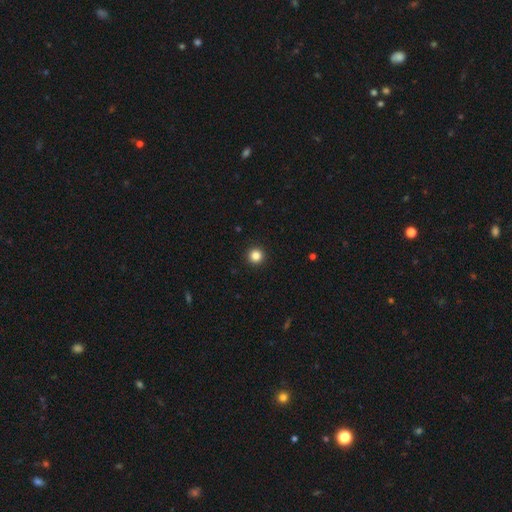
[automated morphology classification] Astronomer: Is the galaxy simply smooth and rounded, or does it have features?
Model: smooth — 85%.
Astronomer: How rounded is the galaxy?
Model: round — 96%.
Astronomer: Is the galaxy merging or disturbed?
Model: none — 94%.